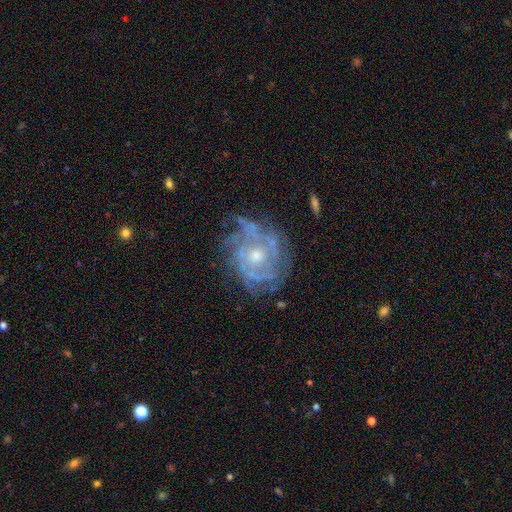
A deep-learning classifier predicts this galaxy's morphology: The model was most divided on "bulge size": moderate: 59%, small: 35%, large: 3%, none: 2%, dominant: 1%. Remaining: edge-on disk — no (97%); smooth or featured — featured or disk (84%); spiral arms — yes (84%); bar — no (80%); merging — none (67%); spiral winding — tight (64%); spiral arm count — can't tell (48%).